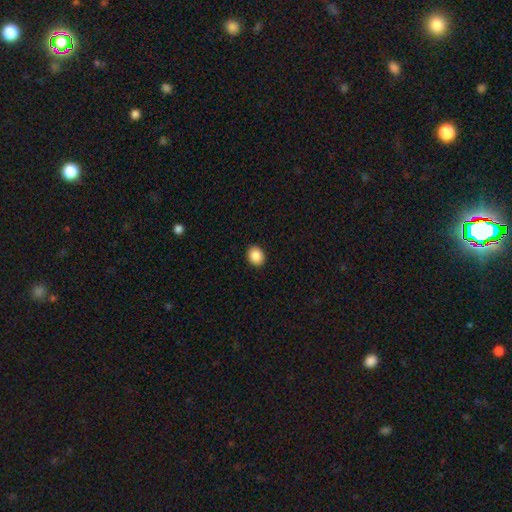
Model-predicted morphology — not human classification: The model was most divided on "how rounded": round: 54%, in between: 45%, cigar-shaped: 1%. More confident: merging — none (91%); smooth or featured — smooth (89%).